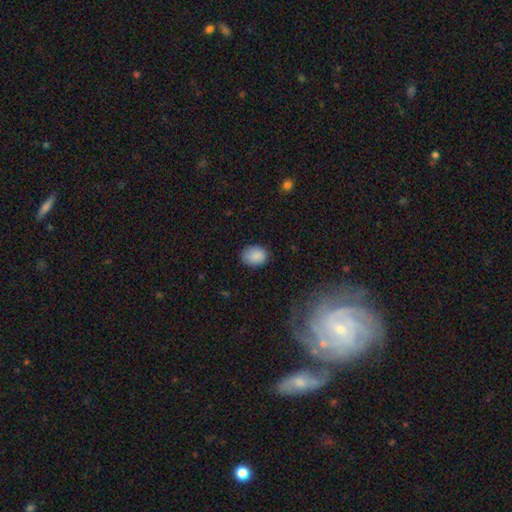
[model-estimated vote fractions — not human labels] This appears to be a smooth galaxy with no disk features (88%) that is in between round and cigar-shaped (62%). Merging: none (82%).